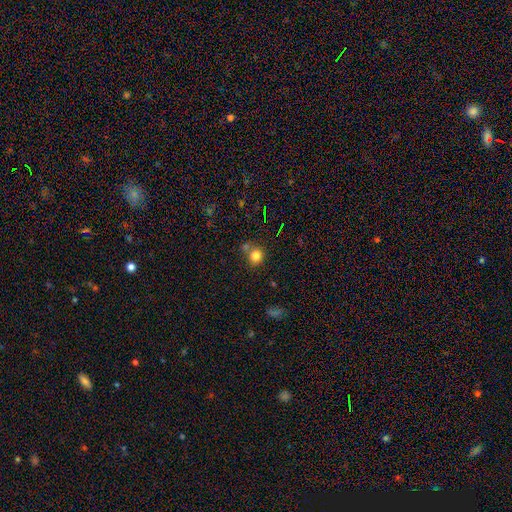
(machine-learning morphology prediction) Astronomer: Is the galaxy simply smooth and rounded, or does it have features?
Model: smooth — 81%.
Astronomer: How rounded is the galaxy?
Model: round — 85%.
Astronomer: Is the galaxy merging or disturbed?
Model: none — 65%.